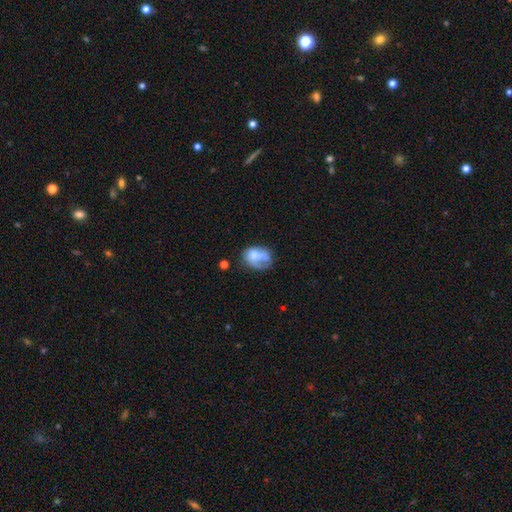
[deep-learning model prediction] Overall: smooth (65%; featured or disk 27%). How rounded: in between (68%; round 31%). Merging: none (38%; minor disturbance 31%).